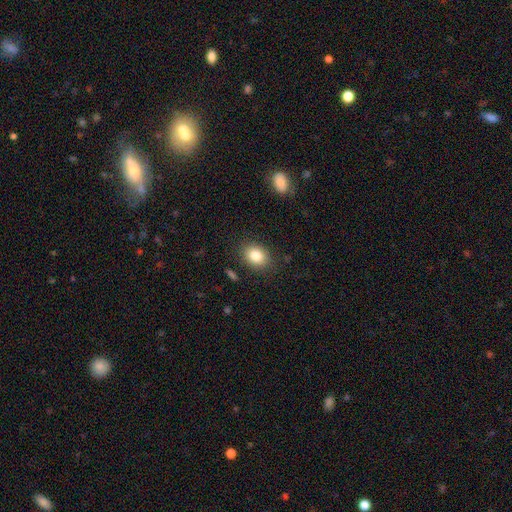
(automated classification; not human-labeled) Overall: smooth (84%). How rounded: in between (65%; round 34%). Merging: none (85%).